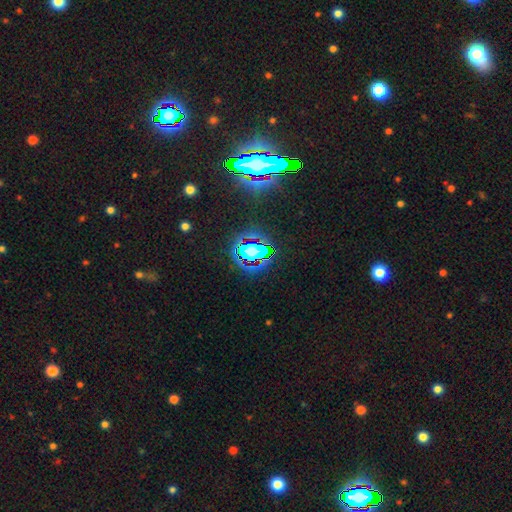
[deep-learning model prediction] This appears to be a star or artifact, not a galaxy (82%).